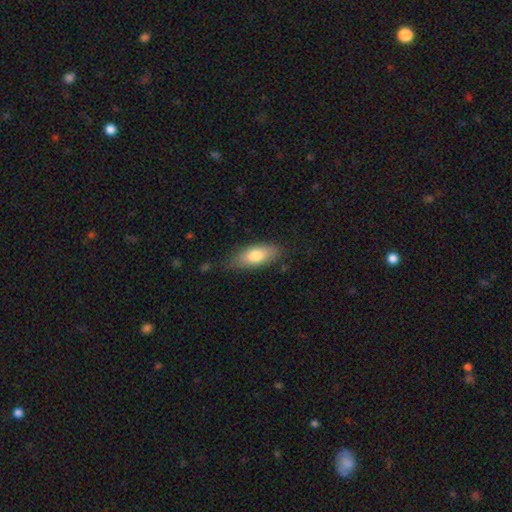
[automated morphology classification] smooth_or_featured: smooth (p=0.77) [alt: featured or disk p=0.17]
how_rounded: in between (p=0.82) [alt: cigar-shaped p=0.15]
merging: none (p=0.75) [alt: minor disturbance p=0.19]